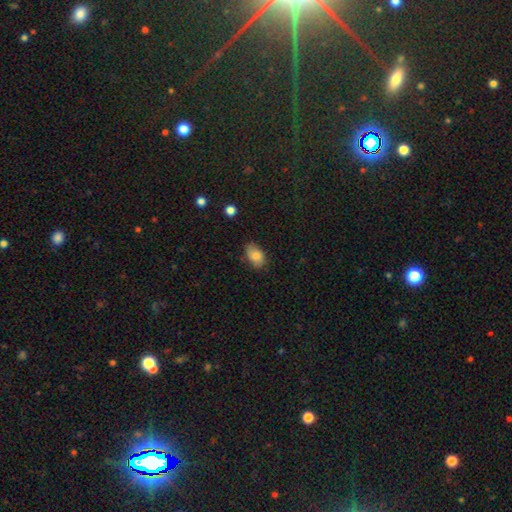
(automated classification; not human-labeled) smooth 81%, featured or disk 11%, star or artifact 8%. Down the decision tree: how rounded — in between (87%); merging — none (69%).